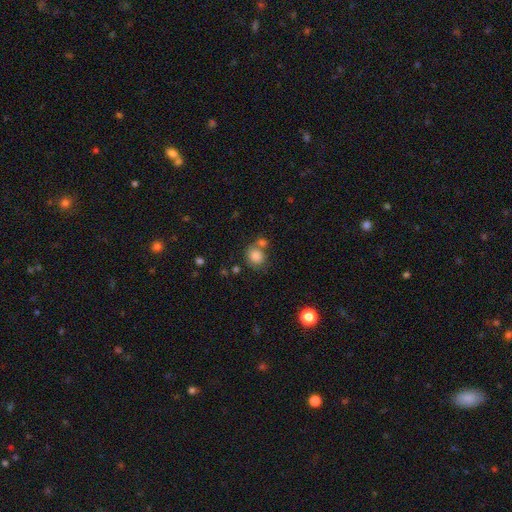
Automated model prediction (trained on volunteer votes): smooth_or_featured: smooth (p=0.84) [alt: star or artifact p=0.10]
how_rounded: round (p=0.76) [alt: in between p=0.23]
merging: none (p=0.57) [alt: merger p=0.24]